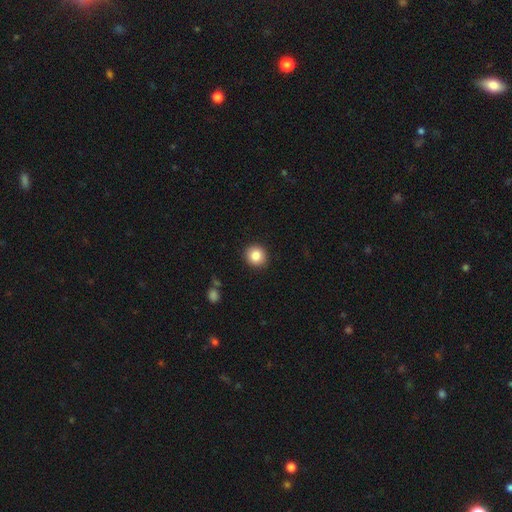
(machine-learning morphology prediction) This appears to be a smooth galaxy with no disk features (85%) that is round (88%). Merging: none (91%).